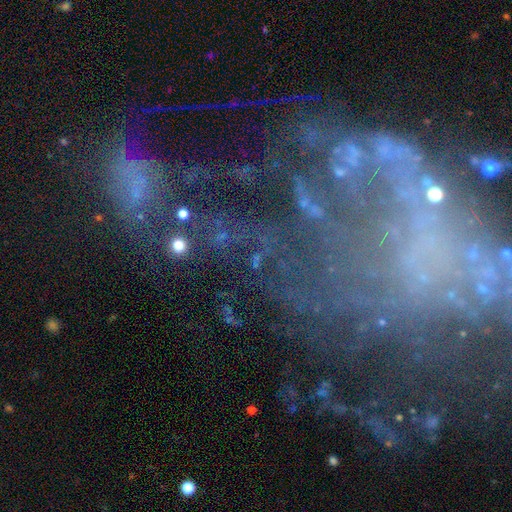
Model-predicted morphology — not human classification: type=featured or disk (58%); edge-on=no (95%); bar=no (79%); spiral arms=no (61%); bulge=none (71%); merging=none (39%).